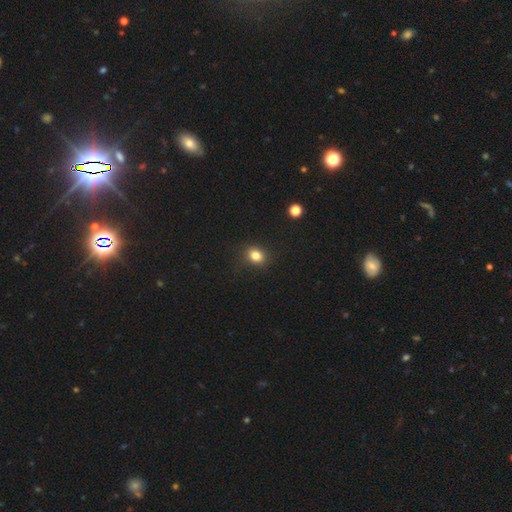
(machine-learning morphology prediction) Q: Smooth or featured?
A: smooth (82%); runner-up: star or artifact (12%)
Q: How rounded?
A: round (58%); runner-up: in between (41%)
Q: Merging?
A: none (84%); runner-up: minor disturbance (11%)